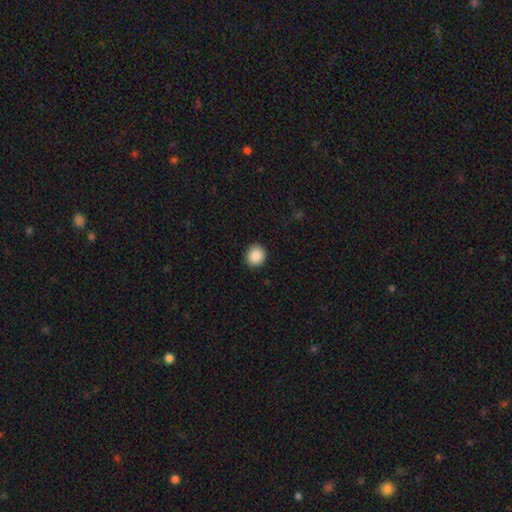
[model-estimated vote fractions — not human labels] A smooth galaxy with no disk features (89%) that is round (84%).

Vote fractions:
- Smooth or featured? smooth: 89% / star or artifact: 8% / featured or disk: 3%
- How rounded? round: 84% / in between: 15% / cigar-shaped: 1%
- Merging? none: 91% / minor disturbance: 6% / major disturbance: 2% / merger: 1%